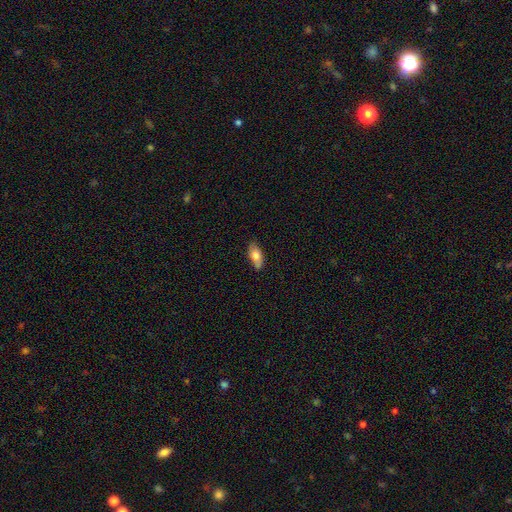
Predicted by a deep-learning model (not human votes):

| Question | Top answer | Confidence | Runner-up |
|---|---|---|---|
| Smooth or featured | smooth | 70% | featured or disk (23%) |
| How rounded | in between | 82% | cigar-shaped (15%) |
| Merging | none | 76% | minor disturbance (19%) |